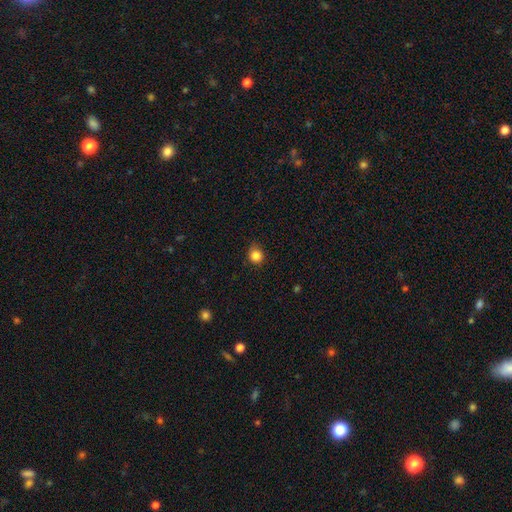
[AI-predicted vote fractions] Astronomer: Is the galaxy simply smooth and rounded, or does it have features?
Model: smooth — 85%.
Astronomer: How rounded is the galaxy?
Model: round — 84%.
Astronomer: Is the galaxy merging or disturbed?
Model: none — 79%.